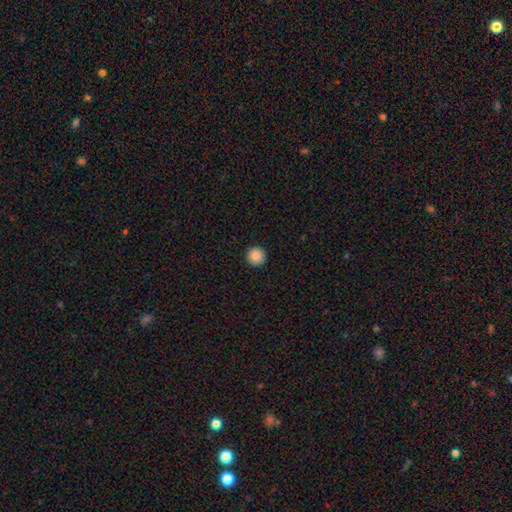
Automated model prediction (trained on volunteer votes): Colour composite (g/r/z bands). It shows a smooth galaxy with no disk features (88%) that is round (97%). Merging: none (93%).